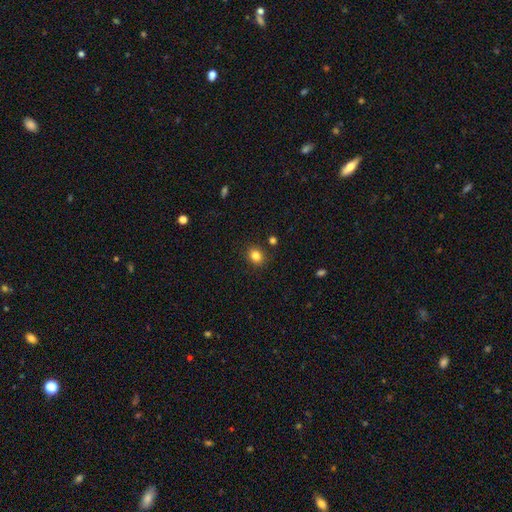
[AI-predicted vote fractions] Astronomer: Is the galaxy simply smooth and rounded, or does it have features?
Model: smooth — 83%.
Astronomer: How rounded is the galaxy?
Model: round — 62% (runner-up: in between, 38%).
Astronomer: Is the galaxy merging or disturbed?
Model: none — 87%.